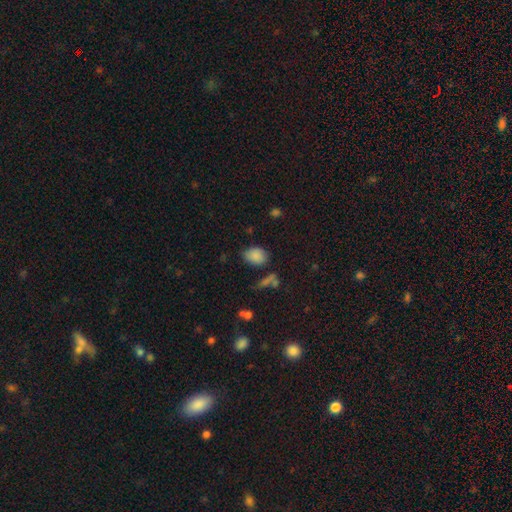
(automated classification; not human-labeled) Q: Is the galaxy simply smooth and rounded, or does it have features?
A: smooth — 84%.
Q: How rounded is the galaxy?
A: in between — 75%.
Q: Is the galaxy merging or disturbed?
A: none — 68%.